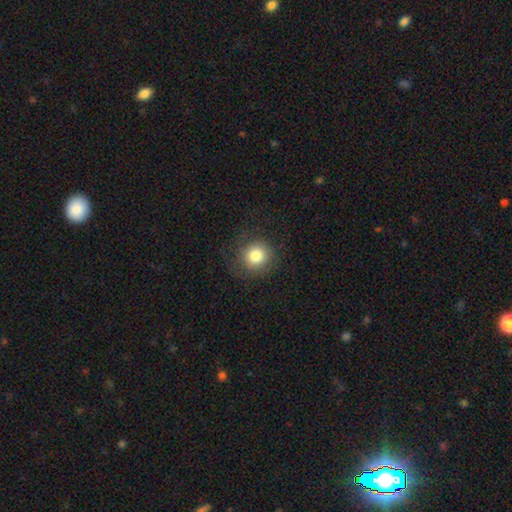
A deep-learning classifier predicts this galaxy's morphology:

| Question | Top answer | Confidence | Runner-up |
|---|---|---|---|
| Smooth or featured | smooth | 81% | star or artifact (10%) |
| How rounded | round | 92% | in between (7%) |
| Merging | none | 83% | minor disturbance (10%) |